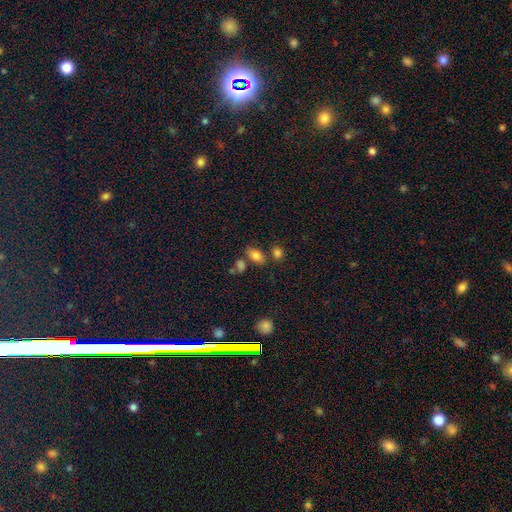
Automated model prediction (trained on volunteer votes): Smooth or featured?
  - smooth: 81% *
  - star or artifact: 11%
  - featured or disk: 8%
How rounded?
  - in between: 87% *
  - round: 9%
  - cigar-shaped: 3%
Merging?
  - none: 64% *
  - merger: 17%
  - minor disturbance: 14%
  - major disturbance: 5%